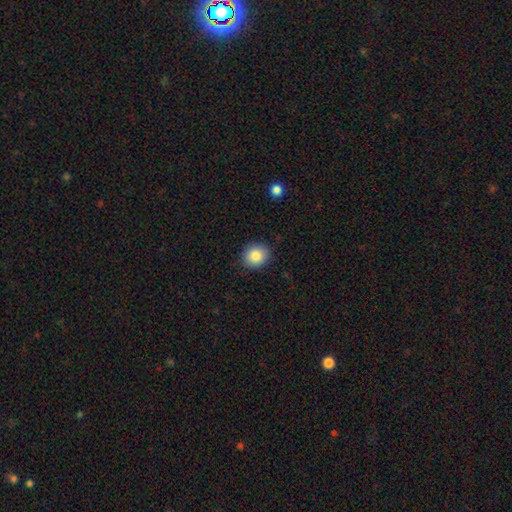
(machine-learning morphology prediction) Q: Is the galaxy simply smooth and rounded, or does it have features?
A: smooth — 85%.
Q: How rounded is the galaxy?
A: round — 73%.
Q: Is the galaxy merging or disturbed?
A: none — 89%.